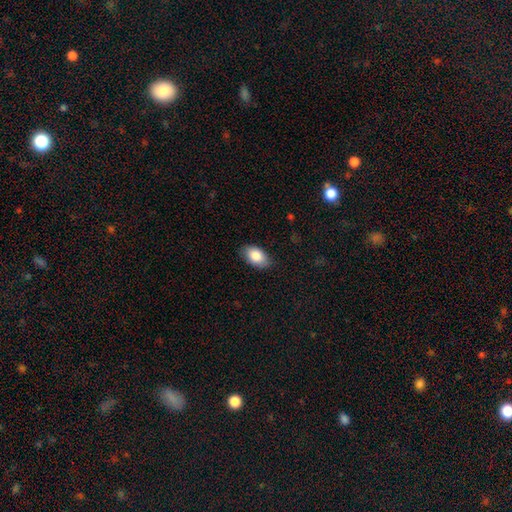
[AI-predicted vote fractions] This is clearly a smooth galaxy (85%). How rounded: clearly in between (92%). Merging: clearly none (84%).